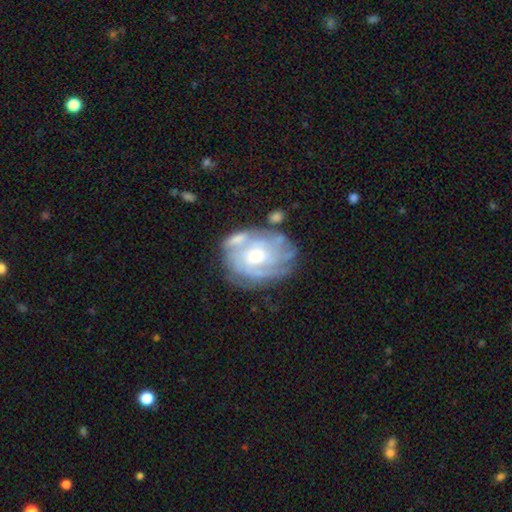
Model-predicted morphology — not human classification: A featured or disk galaxy (79%) with no bar (71%), tight (65%) spiral arms (87%) and a moderate central bulge (54%).

Vote fractions:
- Smooth or featured? featured or disk: 79% / smooth: 15% / star or artifact: 6%
- Edge-on disk? no: 97% / yes: 3%
- Bar? no: 71% / weak: 25% / strong: 5%
- Spiral arms? yes: 87% / no: 13%
- Spiral winding? tight: 65% / medium: 26% / loose: 9%
- Spiral arm count? can't tell: 45% / 4: 16% / 3: 15% / 2: 10% / more than 4: 9% / 1: 5%
- Bulge size? moderate: 54% / small: 38% / large: 5% / none: 2% / dominant: 1%
- Merging? none: 59% / minor disturbance: 20% / merger: 11% / major disturbance: 10%